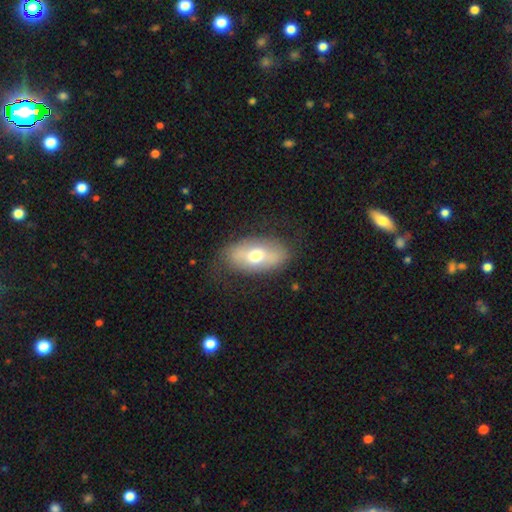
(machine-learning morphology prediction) This is possibly a smooth galaxy (56%). How rounded: clearly in between (89%). Merging: likely none (74%).